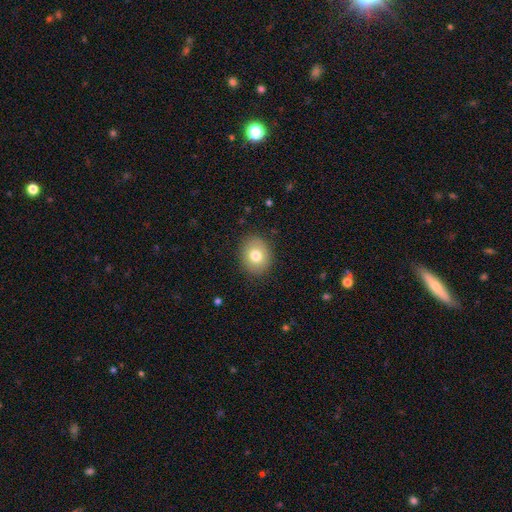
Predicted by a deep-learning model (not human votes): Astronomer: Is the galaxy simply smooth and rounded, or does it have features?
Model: smooth — 78%.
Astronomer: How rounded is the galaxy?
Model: round — 54% (runner-up: in between, 45%).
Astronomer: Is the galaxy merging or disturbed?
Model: none — 87%.